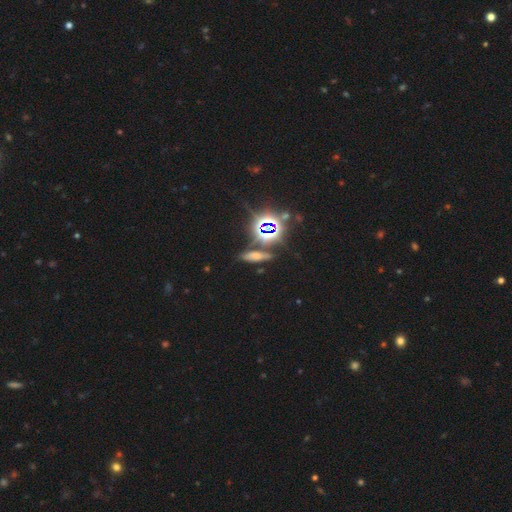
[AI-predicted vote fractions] smooth_or_featured: smooth (p=0.42) [tied with: star or artifact p=0.42]
merging: none (p=0.74) [alt: minor disturbance p=0.13]